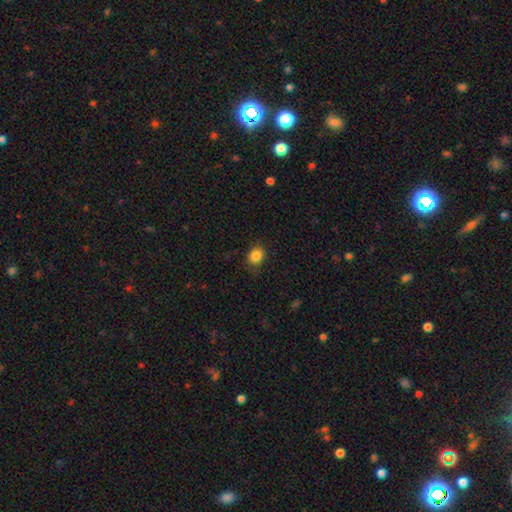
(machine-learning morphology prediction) Smooth or featured?
  - smooth: 86% *
  - star or artifact: 10%
  - featured or disk: 4%
How rounded?
  - round: 59% *
  - in between: 40%
  - cigar-shaped: 1%
Merging?
  - none: 81% *
  - minor disturbance: 14%
  - major disturbance: 3%
  - merger: 1%